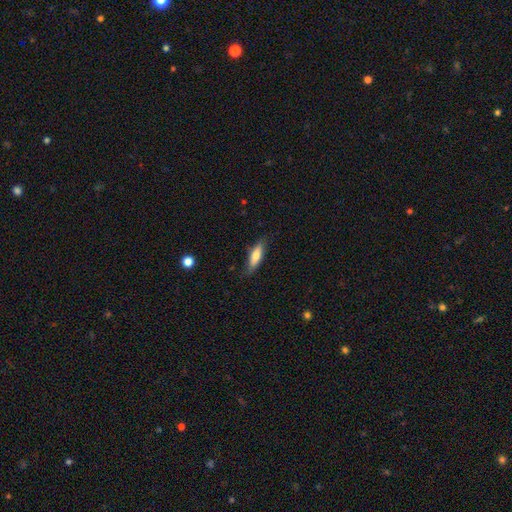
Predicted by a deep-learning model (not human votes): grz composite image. It shows a smooth galaxy with no disk features (69%) that is cigar-shaped (52%). Merging: none (78%).